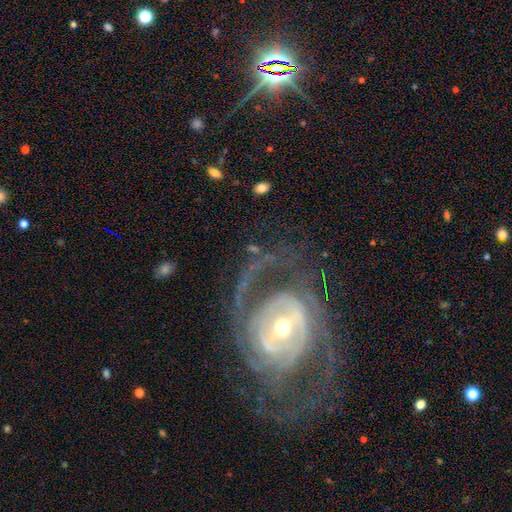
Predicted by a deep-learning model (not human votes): A featured or disk galaxy (87%) with no bar (38%), 2 (49%) tight (46%) spiral arms (91%) and a small central bulge (52%).

Vote fractions:
- Smooth or featured? featured or disk: 87% / star or artifact: 6% / smooth: 6%
- Edge-on disk? no: 96% / yes: 4%
- Bar? no: 38% / weak: 34% / strong: 29%
- Spiral arms? yes: 91% / no: 9%
- Spiral winding? tight: 46% / medium: 39% / loose: 16%
- Spiral arm count? 2: 49% / can't tell: 21% / 3: 13% / 1: 6% / 4: 6% / more than 4: 5%
- Bulge size? small: 52% / moderate: 43% / large: 3% / dominant: 1% / none: 1%
- Merging? none: 60% / major disturbance: 23% / minor disturbance: 15% / merger: 3%